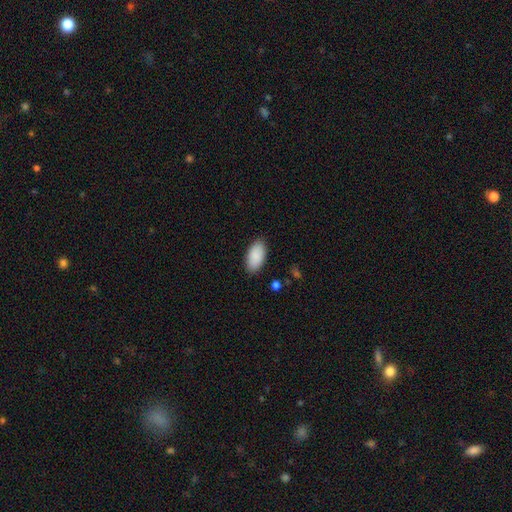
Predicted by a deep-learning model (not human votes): This is clearly a smooth galaxy (90%). How rounded: clearly in between (95%). Merging: clearly none (87%).